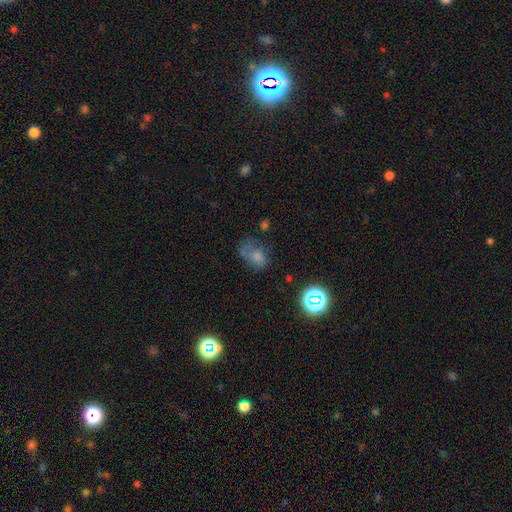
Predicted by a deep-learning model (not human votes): smooth_or_featured: smooth (p=0.60) [alt: featured or disk p=0.20]
how_rounded: in between (p=0.71) [alt: round p=0.27]
merging: none (p=0.35) [alt: major disturbance p=0.28]